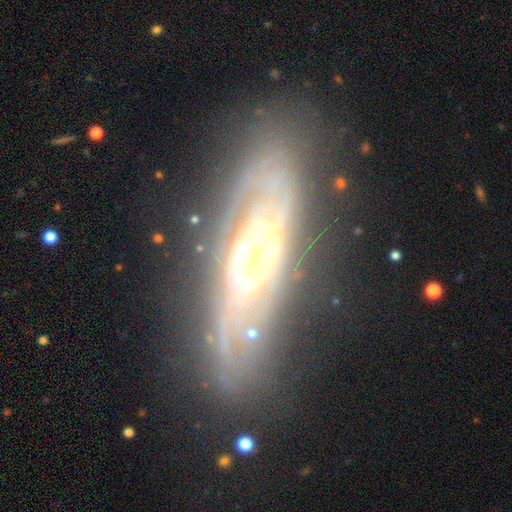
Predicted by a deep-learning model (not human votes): Smooth or featured? featured or disk (82%)
Edge-on disk? no (62%)
Bar? no (65%)
Spiral arms? yes (77%)
Bulge size? moderate (44%)
Merging? none (74%)